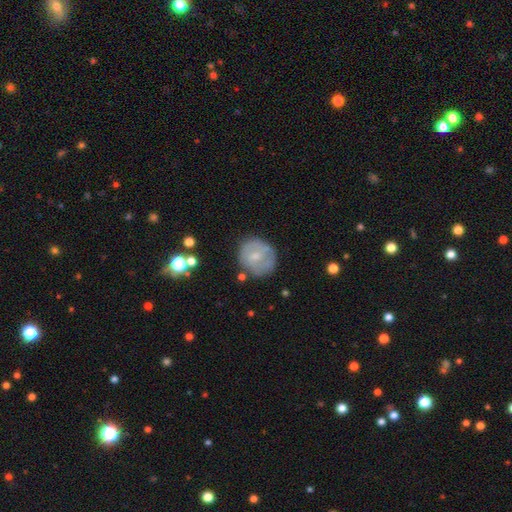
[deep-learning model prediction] Smooth or featured? Predicted: smooth (p=0.50). Merging? Predicted: none (p=0.71).